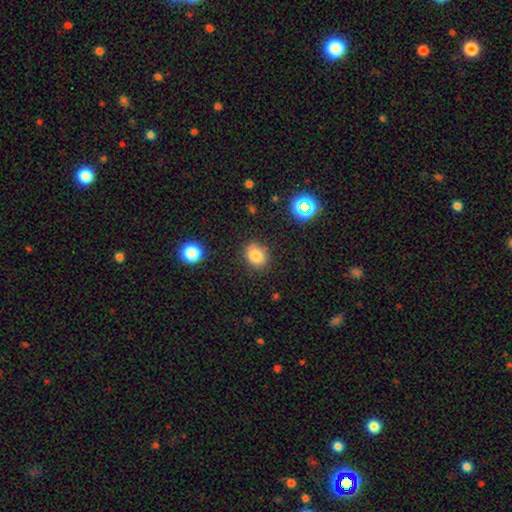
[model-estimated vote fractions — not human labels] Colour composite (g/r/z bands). It shows a smooth galaxy with no disk features (81%) that is round (50%). Merging: none (81%).